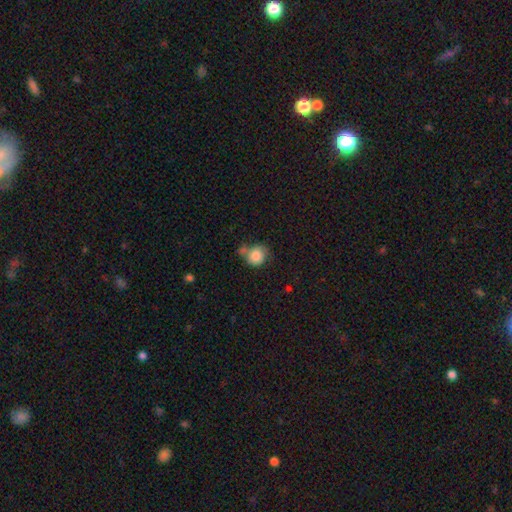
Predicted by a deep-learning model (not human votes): Smooth or featured?
  - smooth: 84% *
  - star or artifact: 8%
  - featured or disk: 8%
How rounded?
  - round: 81% *
  - in between: 18%
  - cigar-shaped: 1%
Merging?
  - none: 46% *
  - merger: 25%
  - minor disturbance: 21%
  - major disturbance: 8%